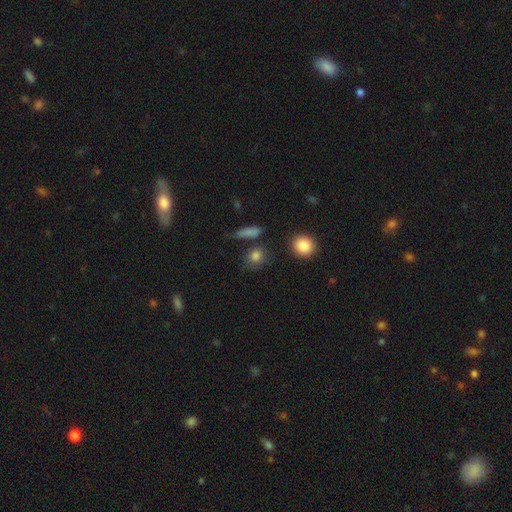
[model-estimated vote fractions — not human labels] Smooth or featured? Predicted: smooth (p=0.82). How rounded? Predicted: round (p=0.64). Merging? Predicted: none (p=0.68).